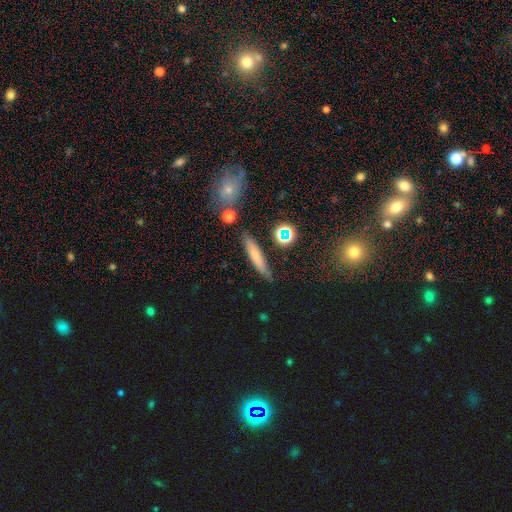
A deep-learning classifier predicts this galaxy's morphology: smooth_or_featured: smooth (p=0.67) [alt: featured or disk p=0.22]
how_rounded: cigar-shaped (p=0.84) [alt: in between p=0.12]
merging: none (p=0.81) [alt: minor disturbance p=0.12]